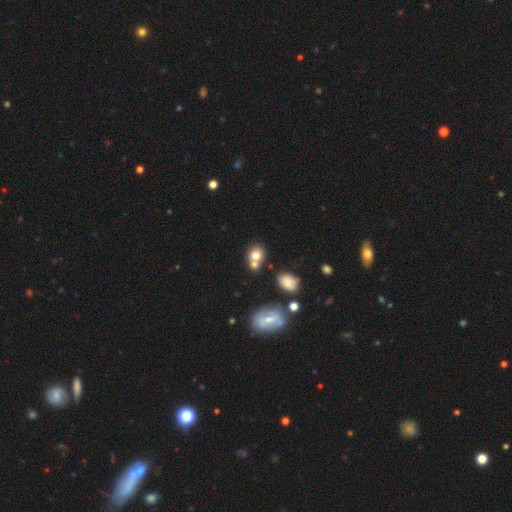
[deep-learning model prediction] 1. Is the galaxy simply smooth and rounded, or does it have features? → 72% smooth, 15% featured or disk, 13% star or artifact.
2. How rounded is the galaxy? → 70% round, 28% in between, 1% cigar-shaped.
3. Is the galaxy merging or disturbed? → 47% none, 38% merger, 10% minor disturbance, 4% major disturbance.